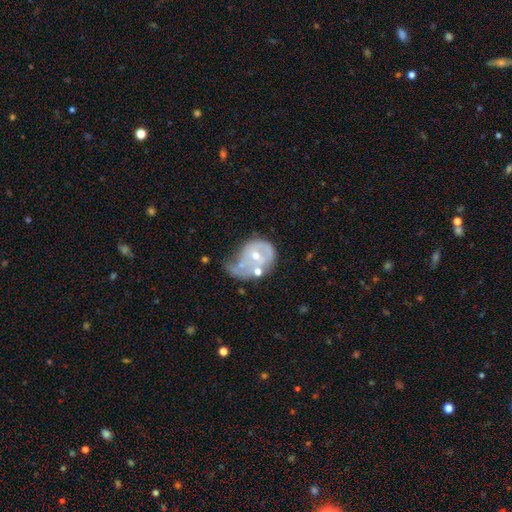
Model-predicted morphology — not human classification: Smooth or featured? Predicted: featured or disk (p=0.64). Edge-on disk? Predicted: no (p=0.97). Bar? Predicted: no (p=0.79). Spiral arms? Predicted: yes (p=0.54). Bulge size? Predicted: moderate (p=0.49). Merging? Predicted: major disturbance (p=0.38).